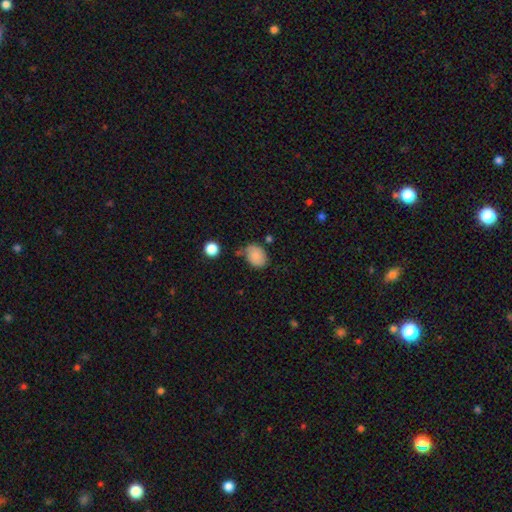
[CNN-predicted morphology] The model was most divided on "how rounded": in between: 63%, round: 36%, cigar-shaped: 1%. More confident: smooth or featured — smooth (83%); merging — none (61%).